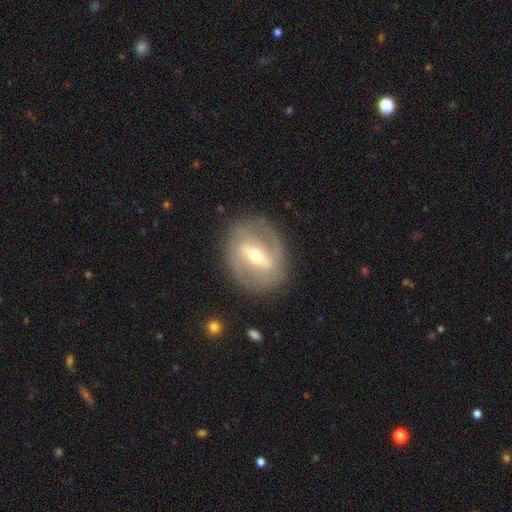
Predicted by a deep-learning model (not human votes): The model was most divided on "spiral winding": tight: 47%, medium: 37%, loose: 16%. More confident: edge-on disk — no (92%); merging — none (82%); smooth or featured — featured or disk (80%); spiral arms — yes (72%); spiral arm count — 2 (69%); bar — strong (62%); bulge size — moderate (58%).